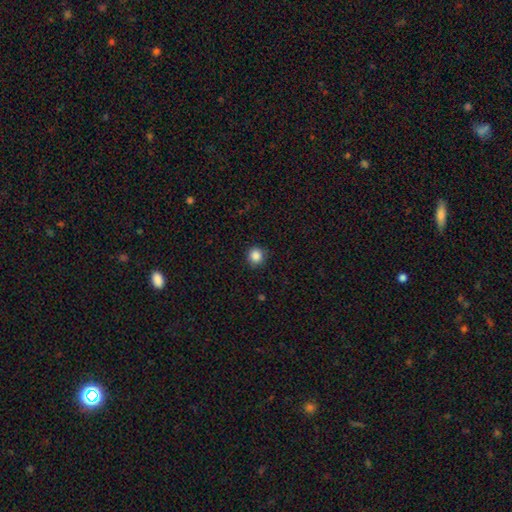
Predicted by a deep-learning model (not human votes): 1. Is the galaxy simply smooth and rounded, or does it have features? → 87% smooth, 10% star or artifact, 3% featured or disk.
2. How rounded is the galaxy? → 91% round, 8% in between, 1% cigar-shaped.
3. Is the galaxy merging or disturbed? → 89% none, 8% minor disturbance, 2% major disturbance, 1% merger.